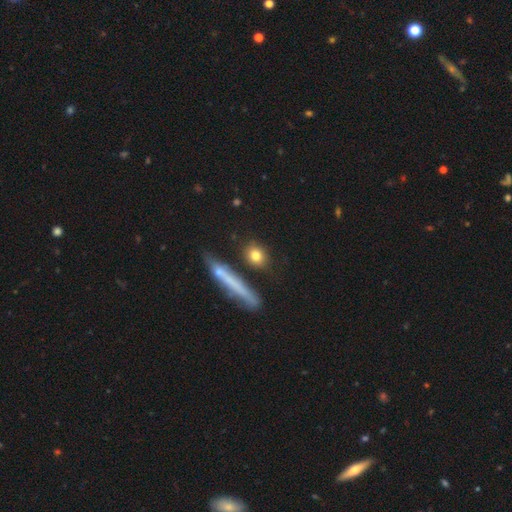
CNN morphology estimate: This is likely a smooth galaxy (79%). How rounded: likely round (61%). Merging: clearly none (82%).